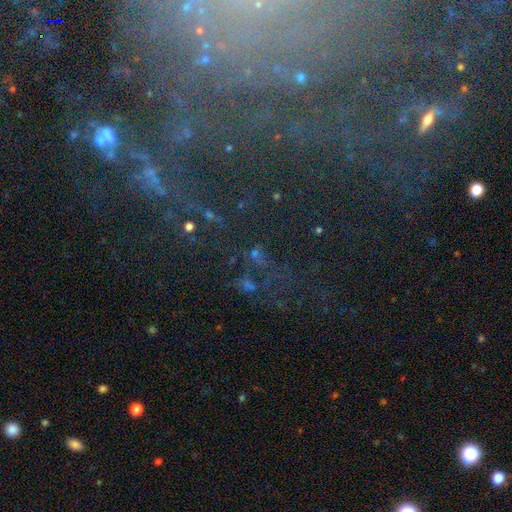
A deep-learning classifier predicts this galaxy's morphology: Q: Smooth or featured?
A: star or artifact (66%); runner-up: featured or disk (17%)